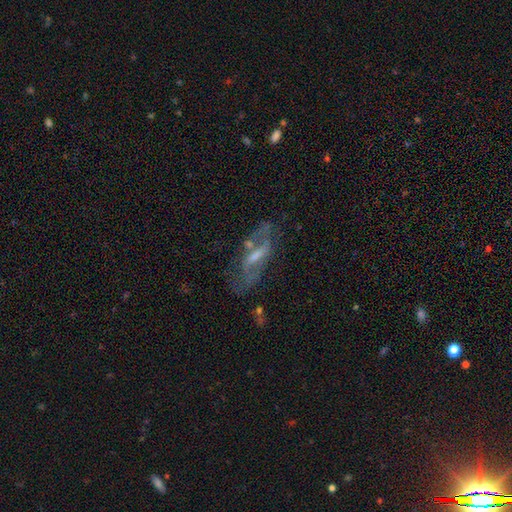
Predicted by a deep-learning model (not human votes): Q: Smooth or featured?
A: featured or disk (72%); runner-up: smooth (19%)
Q: Edge-on disk?
A: no (82%); runner-up: yes (18%)
Q: Bar?
A: strong (45%); runner-up: weak (38%)
Q: Spiral arms?
A: yes (69%); runner-up: no (31%)
Q: Bulge size?
A: small (40%); runner-up: moderate (33%)
Q: Merging?
A: none (59%); runner-up: minor disturbance (19%)